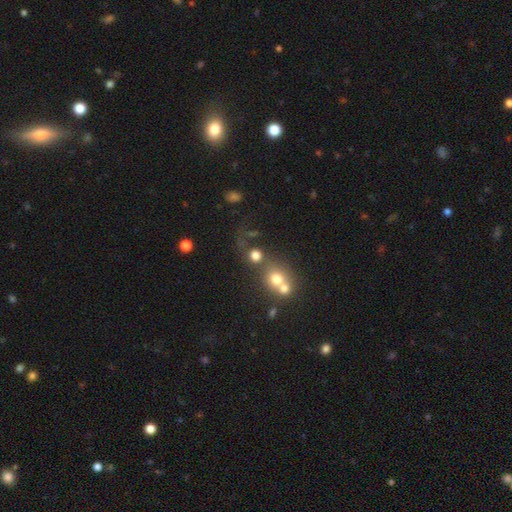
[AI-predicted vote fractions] Q: Smooth or featured?
A: smooth (69%); runner-up: star or artifact (17%)
Q: How rounded?
A: round (81%); runner-up: in between (17%)
Q: Merging?
A: none (40%); runner-up: merger (36%)